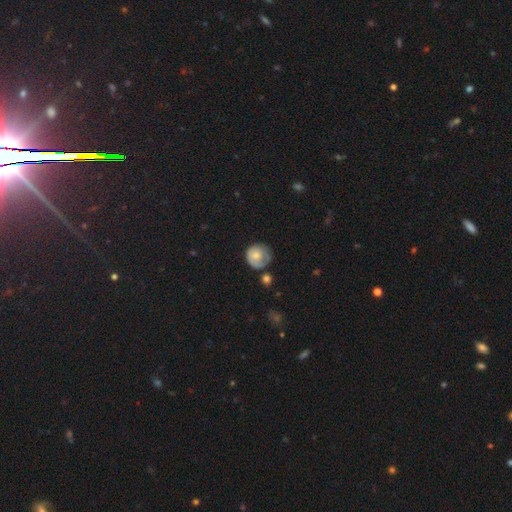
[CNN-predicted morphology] smooth 63%, featured or disk 30%, star or artifact 7%. Down the decision tree: how rounded — round (85%); merging — none (49%).